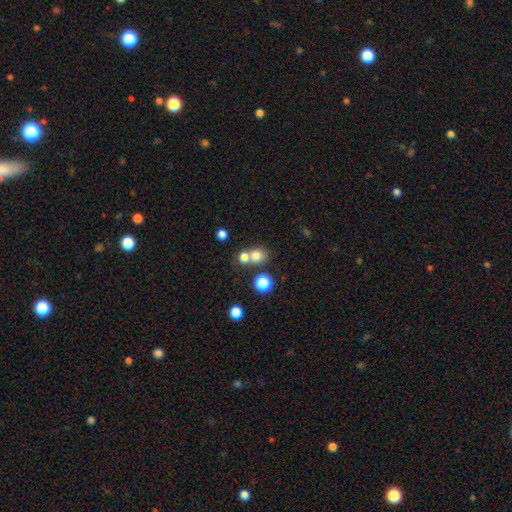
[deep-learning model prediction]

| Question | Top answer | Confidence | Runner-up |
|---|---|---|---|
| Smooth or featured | smooth | 76% | star or artifact (15%) |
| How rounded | round | 79% | in between (20%) |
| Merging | none | 49% | merger (40%) |